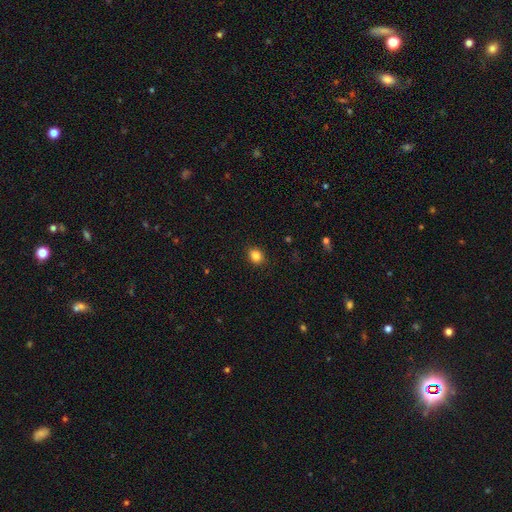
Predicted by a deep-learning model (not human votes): Smooth or featured? smooth (85%)
How rounded? round (62%)
Merging? none (90%)